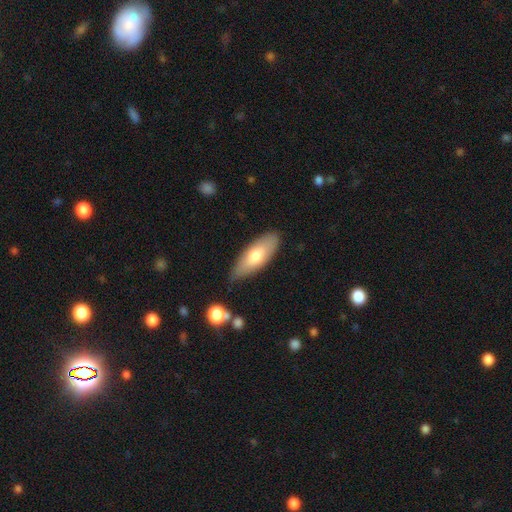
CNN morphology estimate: smooth-or-featured: smooth: 68% | featured or disk: 27% | star or artifact: 6%
  how-rounded: in between: 69% | cigar-shaped: 29% | round: 2%
  merging: none: 80% | minor disturbance: 15% | major disturbance: 3% | merger: 2%